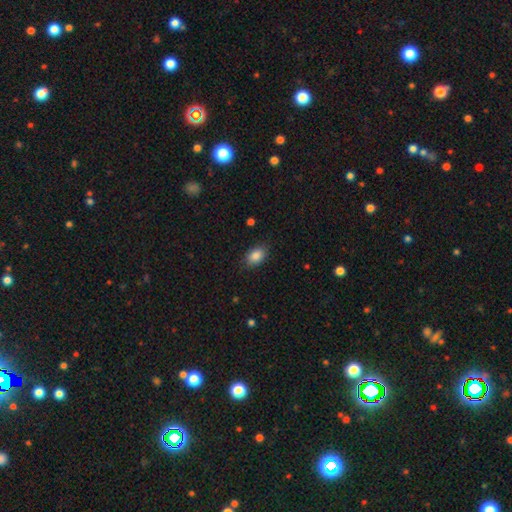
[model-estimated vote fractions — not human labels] smooth 87%, star or artifact 8%, featured or disk 5%. Down the decision tree: how rounded — in between (87%); merging — none (84%).